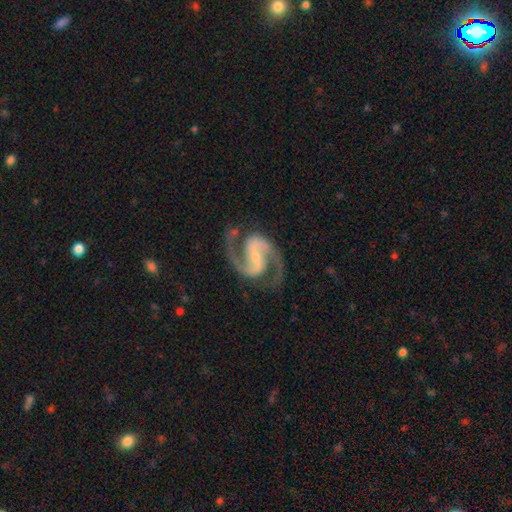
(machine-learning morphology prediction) Q: Smooth or featured?
A: featured or disk (94%); runner-up: star or artifact (4%)
Q: Edge-on disk?
A: no (98%); runner-up: yes (2%)
Q: Bar?
A: strong (43%); runner-up: weak (38%)
Q: Spiral arms?
A: yes (99%); runner-up: no (1%)
Q: Spiral winding?
A: medium (69%); runner-up: tight (17%)
Q: Spiral arm count?
A: 2 (94%); runner-up: 3 (1%)
Q: Bulge size?
A: small (64%); runner-up: moderate (22%)
Q: Merging?
A: none (81%); runner-up: minor disturbance (12%)